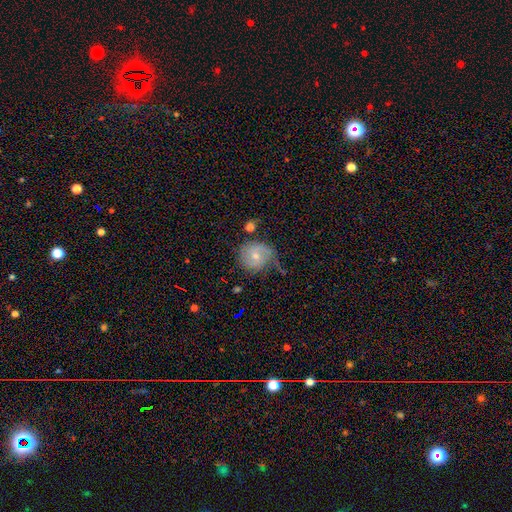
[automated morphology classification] Q: Smooth or featured?
A: featured or disk (51%); runner-up: smooth (41%)
Q: Edge-on disk?
A: no (97%); runner-up: yes (3%)
Q: Merging?
A: none (51%); runner-up: minor disturbance (28%)